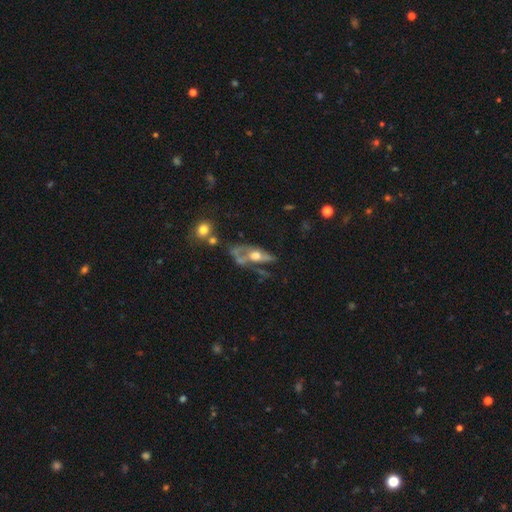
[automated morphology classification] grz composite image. It shows a featured or disk galaxy (61%). Merging: major disturbance (36%).